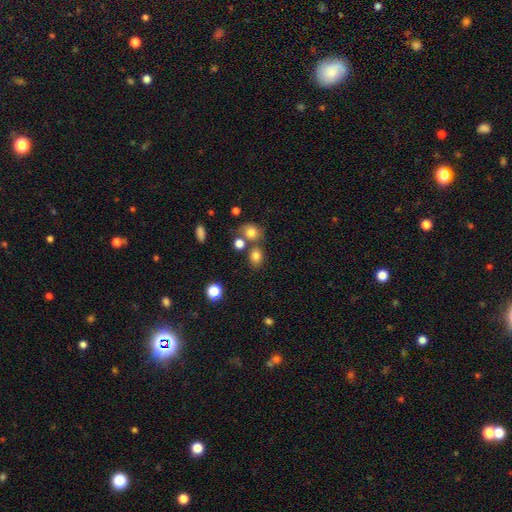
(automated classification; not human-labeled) This is likely a smooth galaxy (79%). How rounded: possibly round (54%). Merging: likely none (62%).